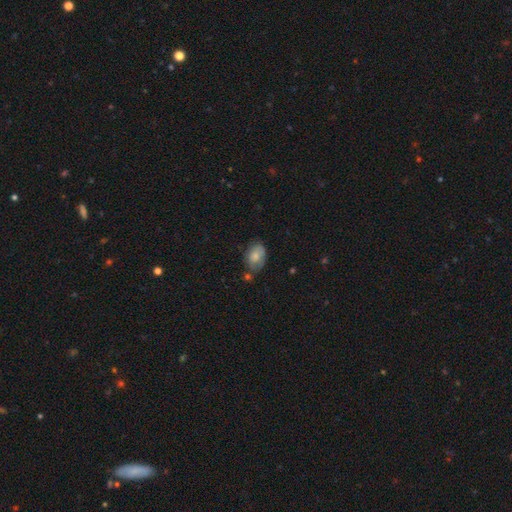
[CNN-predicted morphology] Smooth or featured? Predicted: smooth (p=0.74). How rounded? Predicted: in between (p=0.87). Merging? Predicted: none (p=0.56).